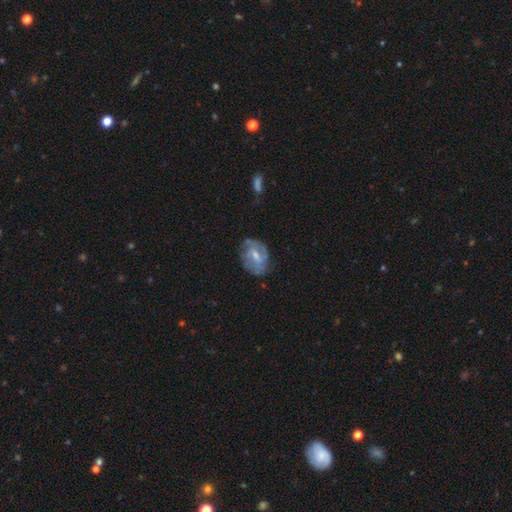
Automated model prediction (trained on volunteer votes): This is likely a featured or disk galaxy (67%). It is clearly not viewed edge-on (96%). Bar: possibly weak (52%). Spiral arm pattern: likely yes (79%). Spiral arm count: marginally 2 (44%). Spiral winding: marginally tight (42%). Central bulge: possibly moderate (51%). Merging: likely none (67%).